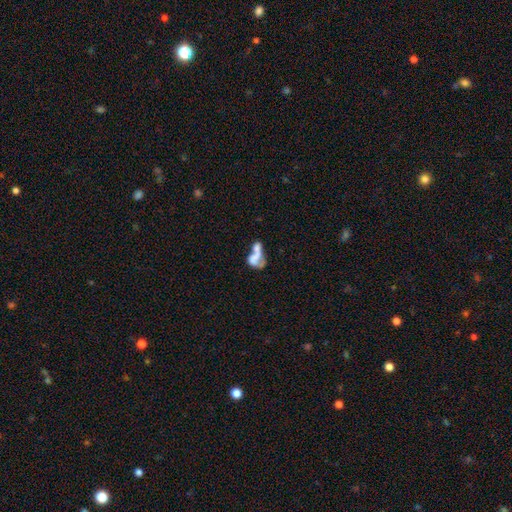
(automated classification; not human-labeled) A smooth galaxy with no disk features (45%).

Vote fractions:
- Smooth or featured? smooth: 45% / featured or disk: 43% / star or artifact: 11%
- Merging? merger: 61% / major disturbance: 19% / none: 13% / minor disturbance: 8%